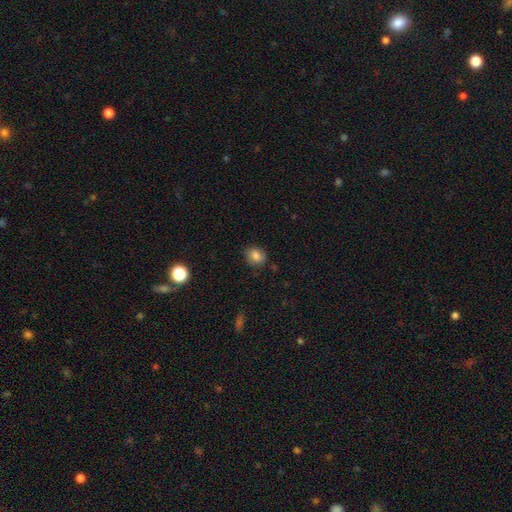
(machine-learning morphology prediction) The model was most divided on "how rounded": round: 62%, in between: 37%, cigar-shaped: 1%. More confident: smooth or featured — smooth (83%); merging — none (83%).